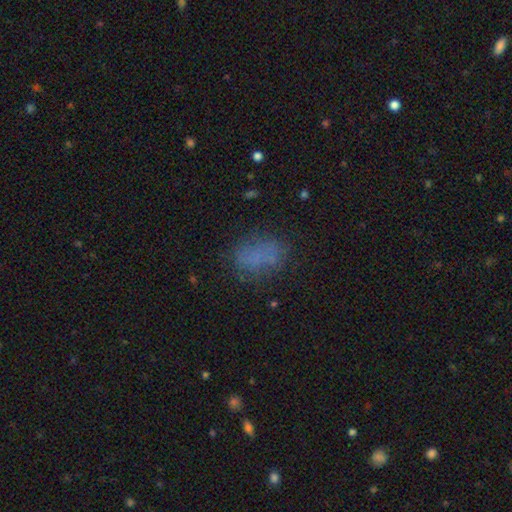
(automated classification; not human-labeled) A smooth galaxy with no disk features (65%) that is in between round and cigar-shaped (80%).

Vote fractions:
- Smooth or featured? smooth: 65% / featured or disk: 19% / star or artifact: 17%
- How rounded? in between: 80% / round: 17% / cigar-shaped: 3%
- Merging? none: 65% / minor disturbance: 19% / major disturbance: 12% / merger: 5%